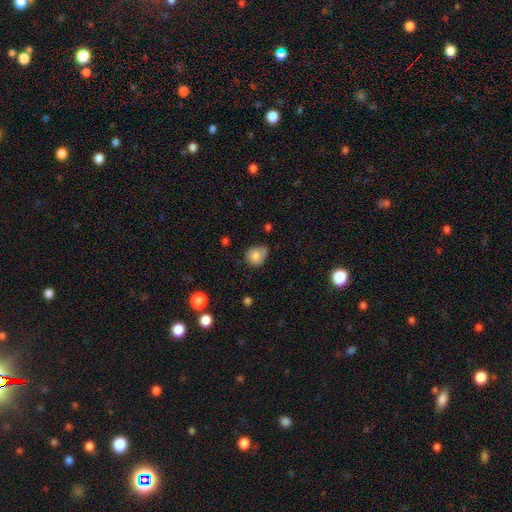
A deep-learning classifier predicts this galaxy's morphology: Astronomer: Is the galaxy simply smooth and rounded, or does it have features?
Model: smooth — 81%.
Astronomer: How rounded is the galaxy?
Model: round — 75%.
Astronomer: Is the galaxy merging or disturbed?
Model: none — 54% (runner-up: minor disturbance, 34%).